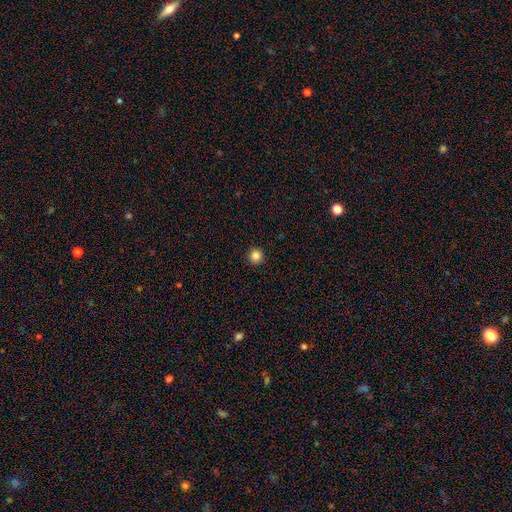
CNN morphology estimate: A smooth galaxy with no disk features (85%) that is round (96%). Merging: none (94%).